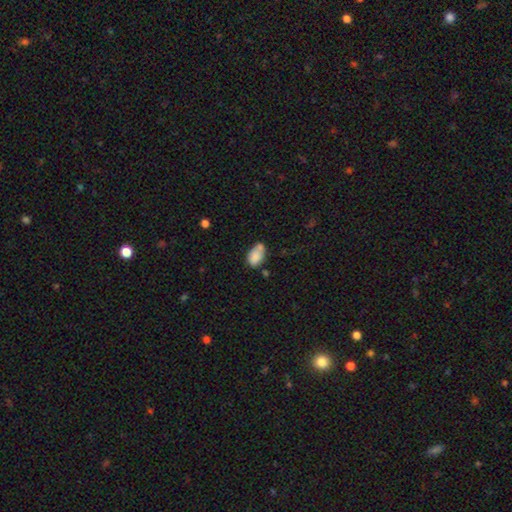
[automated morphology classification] A smooth galaxy with no disk features (81%) that is in between round and cigar-shaped (86%).

Vote fractions:
- Smooth or featured? smooth: 81% / featured or disk: 11% / star or artifact: 8%
- How rounded? in between: 86% / round: 12% / cigar-shaped: 1%
- Merging? none: 42% / merger: 28% / minor disturbance: 23% / major disturbance: 7%